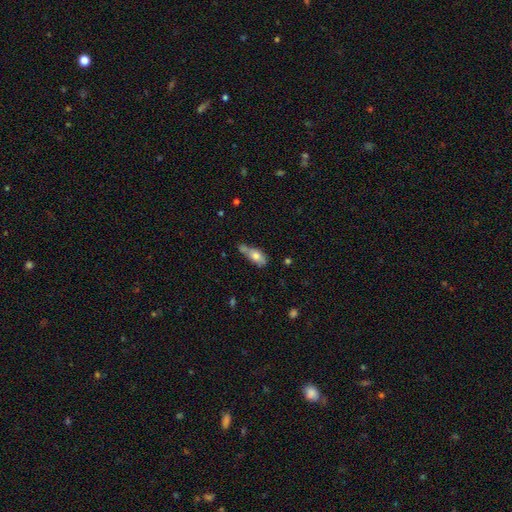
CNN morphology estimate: This is likely a smooth galaxy (68%). How rounded: likely in between (75%). Merging: marginally none (38%).